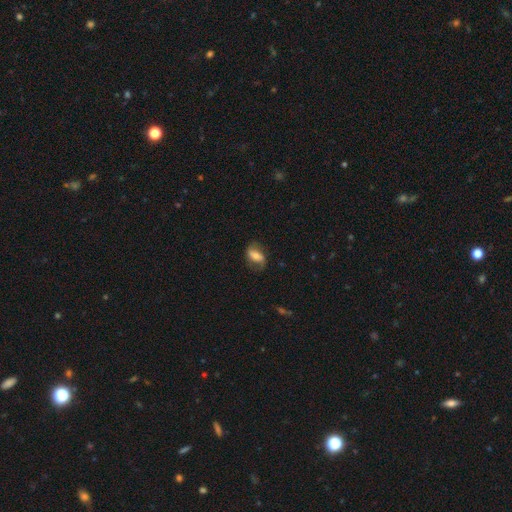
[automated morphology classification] This appears to be a featured or disk galaxy (49%). Merging: none (68%).